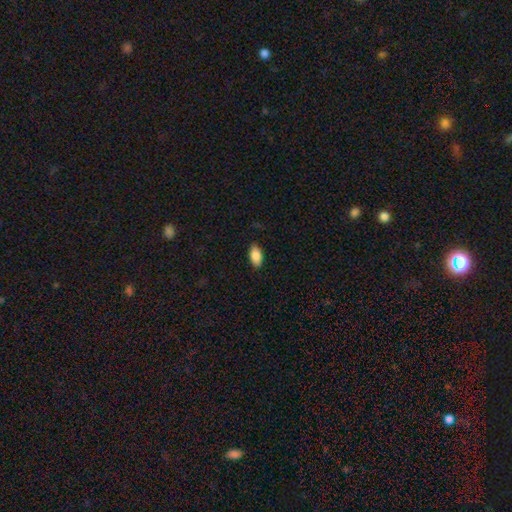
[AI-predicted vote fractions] The model was most divided on "merging": none: 85%, minor disturbance: 11%, major disturbance: 2%, merger: 1%. More confident: how rounded — in between (92%); smooth or featured — smooth (87%).